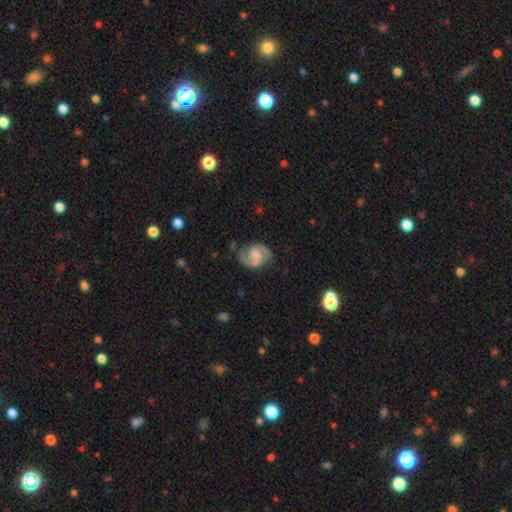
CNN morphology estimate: Smooth or featured?
  - featured or disk: 84% *
  - smooth: 10%
  - star or artifact: 6%
Edge-on disk?
  - no: 98% *
  - yes: 2%
Bar?
  - no: 46% *
  - weak: 44%
  - strong: 11%
Spiral arms?
  - yes: 97% *
  - no: 3%
Spiral winding?
  - medium: 56% *
  - tight: 24%
  - loose: 20%
Spiral arm count?
  - 2: 92% *
  - can't tell: 3%
  - 1: 2%
  - 3: 1%
  - 4: 1%
  - more than 4: 1%
Bulge size?
  - none: 38% *
  - small: 28%
  - moderate: 24%
  - large: 8%
  - dominant: 2%
Merging?
  - none: 74% *
  - minor disturbance: 17%
  - major disturbance: 6%
  - merger: 2%